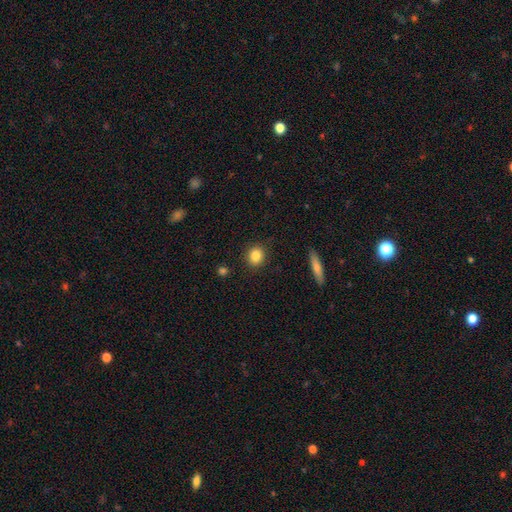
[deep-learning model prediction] smooth_or_featured: smooth (p=0.84) [alt: star or artifact p=0.09]
how_rounded: round (p=0.81) [alt: in between p=0.17]
merging: none (p=0.90) [alt: minor disturbance p=0.07]